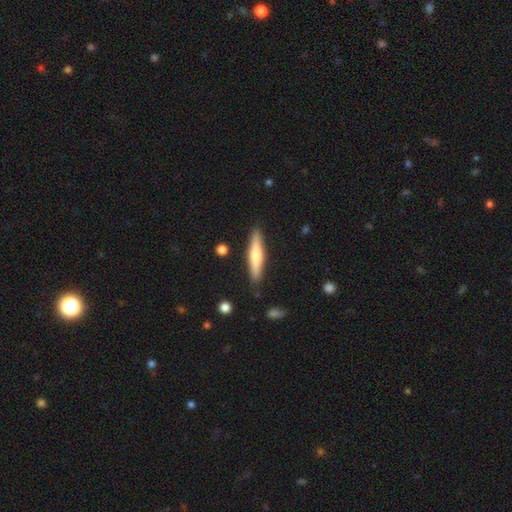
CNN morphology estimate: smooth-or-featured: smooth: 56% | featured or disk: 38% | star or artifact: 5%
  how-rounded: cigar-shaped: 87% | in between: 12% | round: 1%
  merging: none: 87% | minor disturbance: 9% | major disturbance: 2% | merger: 2%